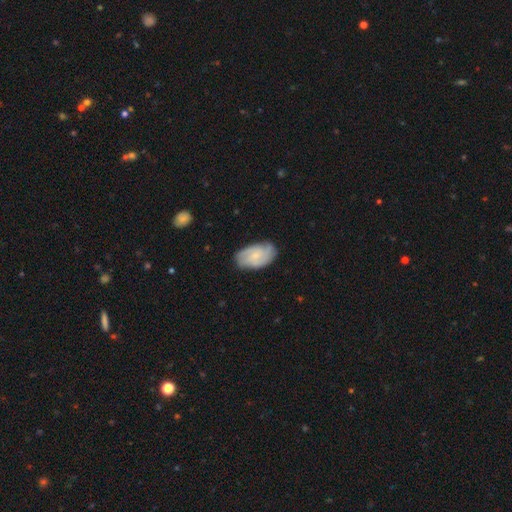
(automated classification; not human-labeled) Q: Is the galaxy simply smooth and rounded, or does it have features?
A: featured or disk — 63%.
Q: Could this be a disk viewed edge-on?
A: no — 97%.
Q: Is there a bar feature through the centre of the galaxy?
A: no — 67%.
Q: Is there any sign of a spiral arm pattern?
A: yes — 92%.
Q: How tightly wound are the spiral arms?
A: tight — 45%.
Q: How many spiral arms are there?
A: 2 — 33%.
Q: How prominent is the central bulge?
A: small — 70%.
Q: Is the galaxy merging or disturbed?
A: none — 75%.